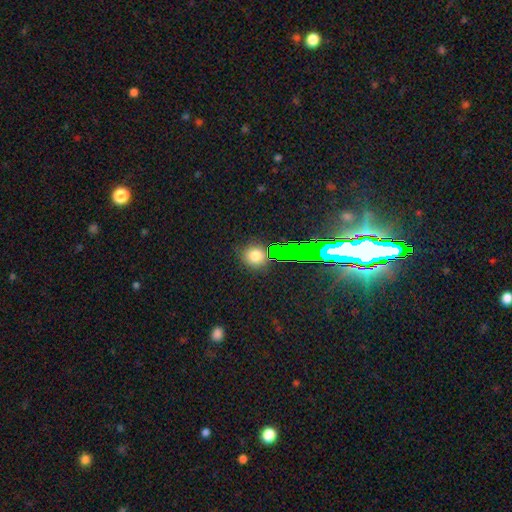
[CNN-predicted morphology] A smooth galaxy with no disk features (73%) that is round (81%). Merging: none (81%).